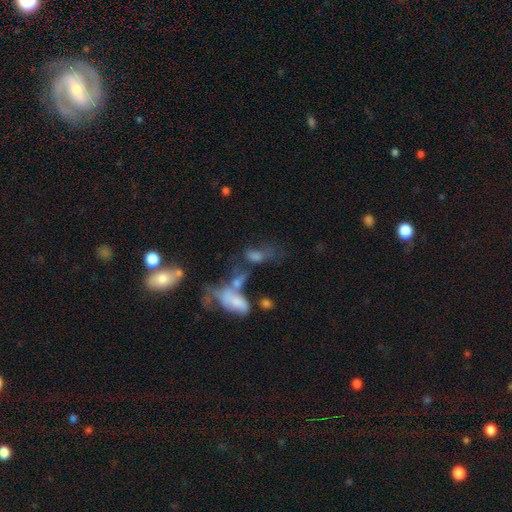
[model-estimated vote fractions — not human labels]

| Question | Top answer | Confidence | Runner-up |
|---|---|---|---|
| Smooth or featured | smooth | 48% | featured or disk (31%) |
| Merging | merger | 37% | major disturbance (25%) |